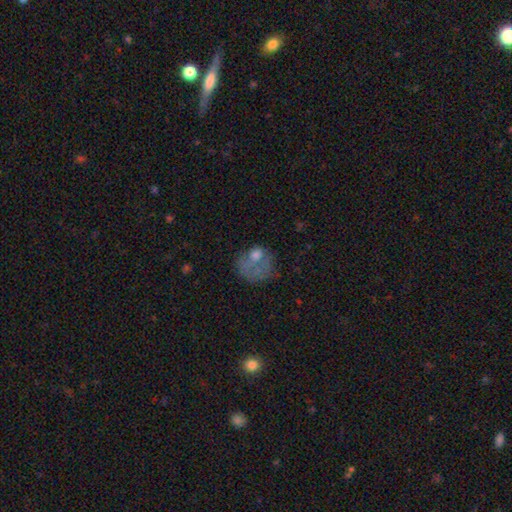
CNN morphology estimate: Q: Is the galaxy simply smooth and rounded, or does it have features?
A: smooth — 52%.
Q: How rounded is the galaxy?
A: round — 55%.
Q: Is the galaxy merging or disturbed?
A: major disturbance — 43%.